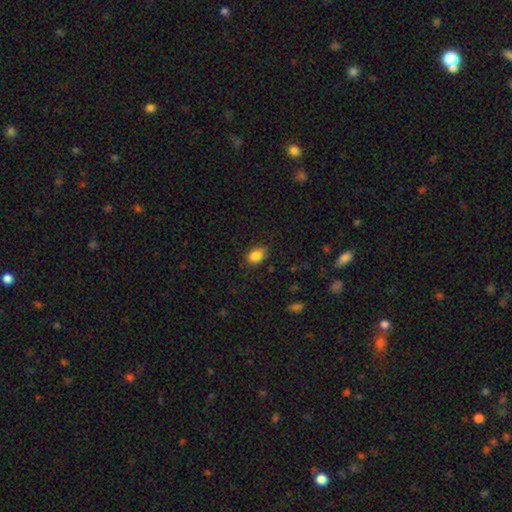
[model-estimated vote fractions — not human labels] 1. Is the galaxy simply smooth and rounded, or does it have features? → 86% smooth, 9% star or artifact, 5% featured or disk.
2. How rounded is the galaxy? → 73% in between, 25% round, 1% cigar-shaped.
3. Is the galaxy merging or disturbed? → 75% none, 20% minor disturbance, 4% major disturbance, 1% merger.